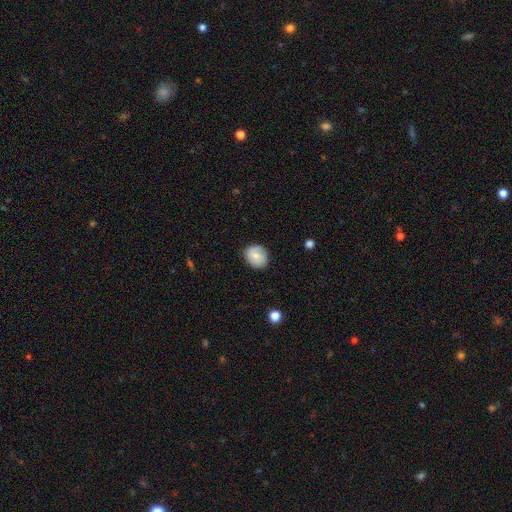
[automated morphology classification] The model was most divided on "how rounded": round: 66%, in between: 33%, cigar-shaped: 1%. More confident: merging — none (79%); smooth or featured — smooth (70%).